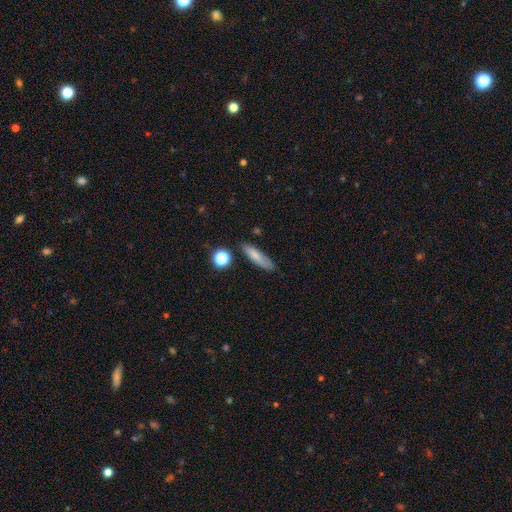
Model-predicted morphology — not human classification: Smooth or featured? smooth (79%)
How rounded? cigar-shaped (66%)
Merging? none (79%)